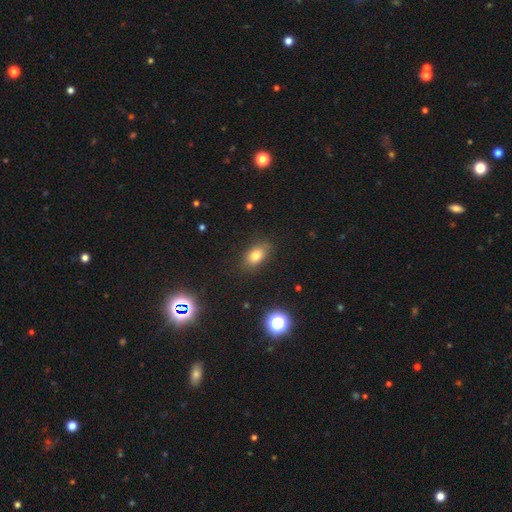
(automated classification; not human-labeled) Overall: smooth (77%). How rounded: in between (83%). Merging: none (84%).